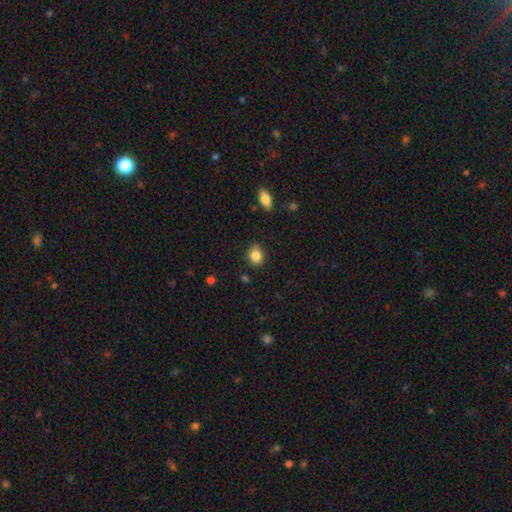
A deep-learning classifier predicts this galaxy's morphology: Smooth or featured?
  - smooth: 85% *
  - star or artifact: 9%
  - featured or disk: 5%
How rounded?
  - round: 57% *
  - in between: 42%
  - cigar-shaped: 1%
Merging?
  - none: 84% *
  - minor disturbance: 12%
  - major disturbance: 3%
  - merger: 2%